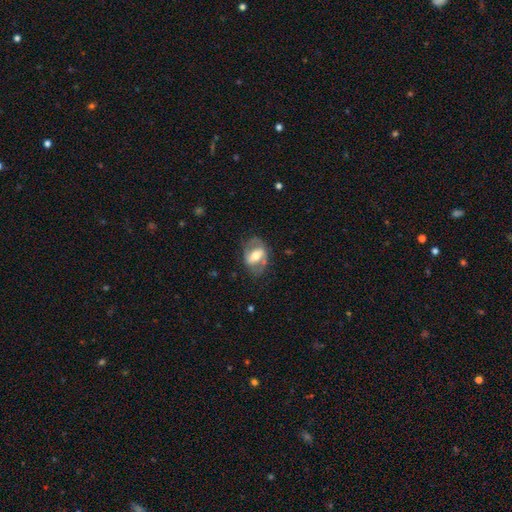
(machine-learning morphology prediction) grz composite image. It shows a featured or disk galaxy (64%) with a strong bar (48%), spiral arms (59%) and a moderate central bulge (64%). Merging: none (67%).